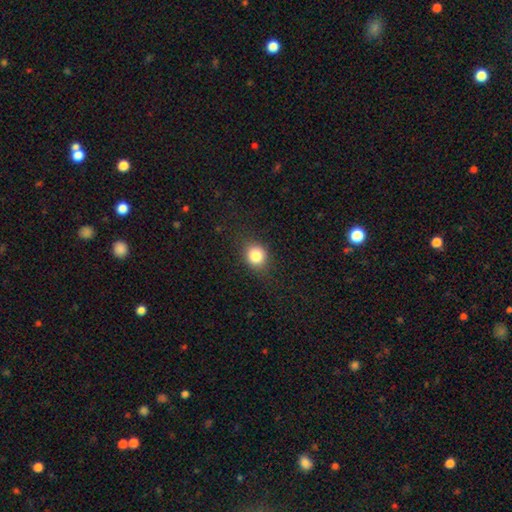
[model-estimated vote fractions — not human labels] smooth_or_featured: smooth (p=0.83) [alt: star or artifact p=0.10]
how_rounded: round (p=0.73) [alt: in between p=0.25]
merging: none (p=0.82) [alt: minor disturbance p=0.13]